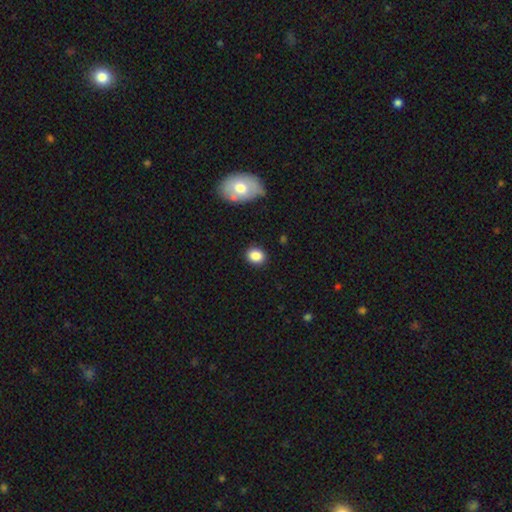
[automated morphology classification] smooth-or-featured: smooth: 87% | star or artifact: 9% | featured or disk: 5%
  how-rounded: round: 58% | in between: 41% | cigar-shaped: 1%
  merging: none: 87% | minor disturbance: 9% | major disturbance: 2% | merger: 2%